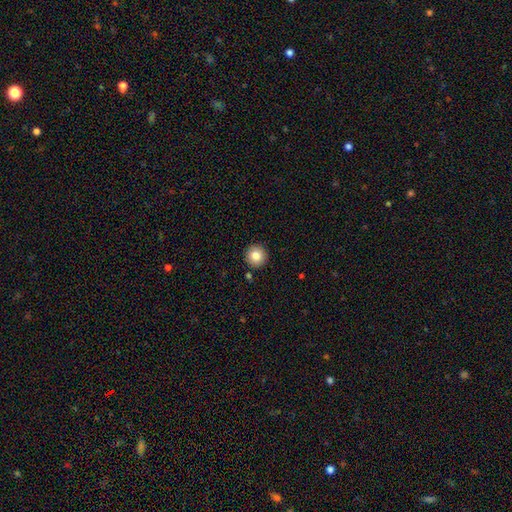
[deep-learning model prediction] smooth 83%, star or artifact 9%, featured or disk 7%. Down the decision tree: how rounded — round (96%); merging — none (91%).